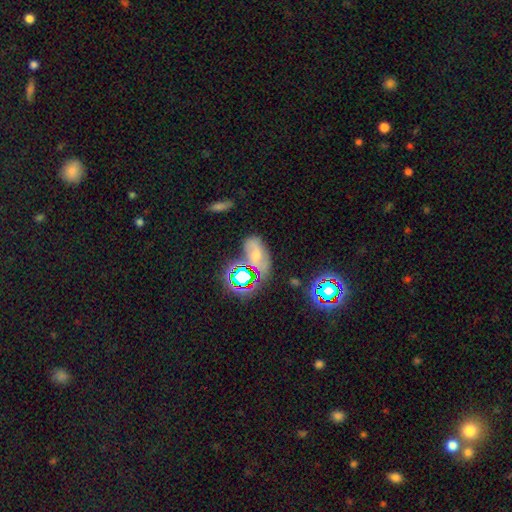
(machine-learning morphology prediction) This is marginally a smooth galaxy (42%). Merging: possibly none (54%).